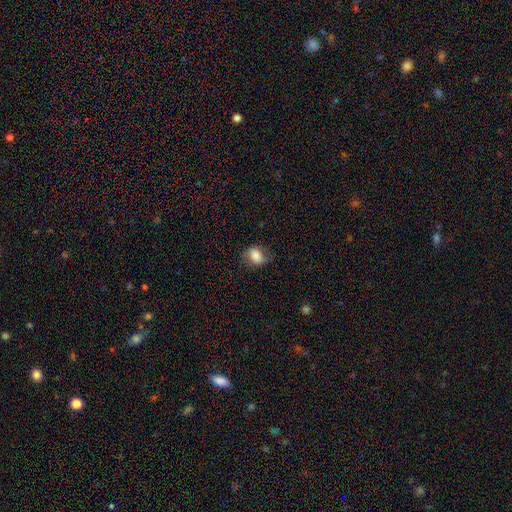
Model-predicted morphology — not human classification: A smooth galaxy with no disk features (77%) that is in between round and cigar-shaped (69%). Merging: none (64%).